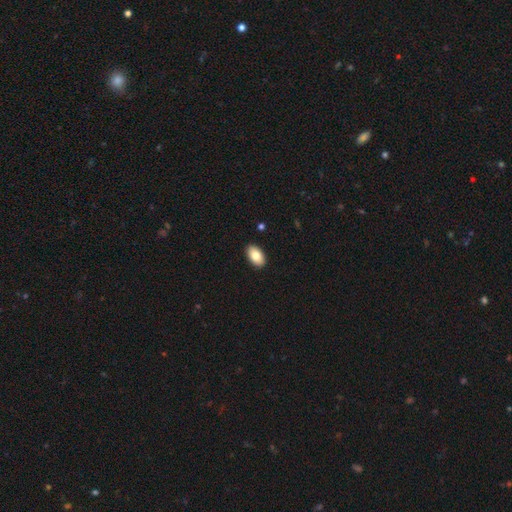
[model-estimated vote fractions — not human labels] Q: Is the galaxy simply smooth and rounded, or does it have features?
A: smooth — 82%.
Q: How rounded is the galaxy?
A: in between — 94%.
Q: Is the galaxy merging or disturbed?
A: none — 90%.